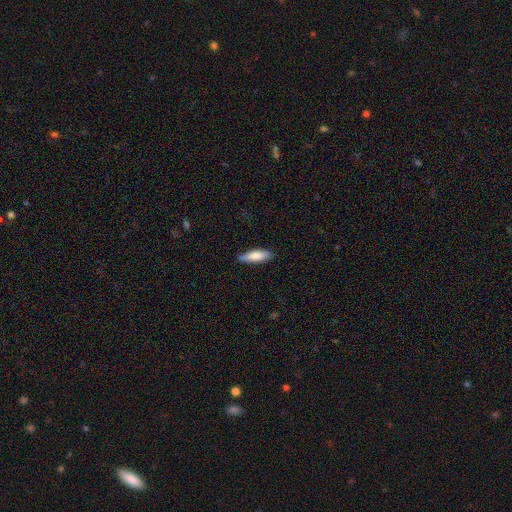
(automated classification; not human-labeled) A smooth galaxy with no disk features (82%) that is cigar-shaped (50%). Merging: none (82%).